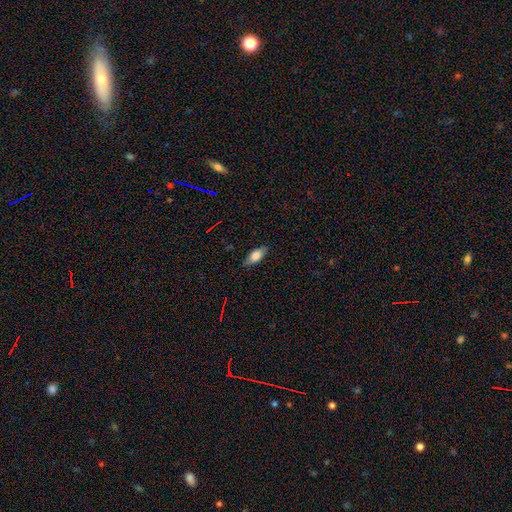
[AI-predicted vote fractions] The model was most divided on "smooth or featured": smooth: 77%, featured or disk: 15%, star or artifact: 8%. More confident: how rounded — in between (85%); merging — none (82%).